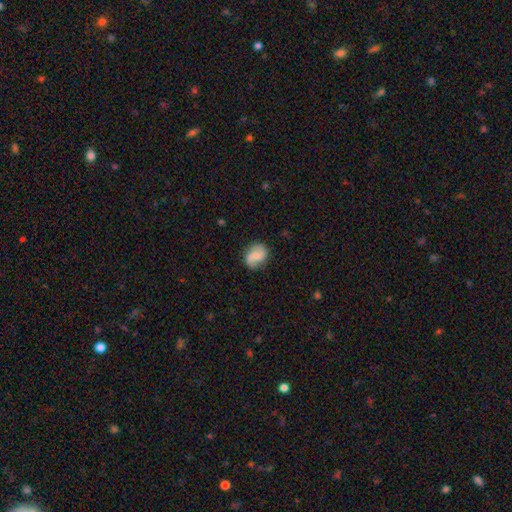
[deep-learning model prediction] Smooth or featured?
  - featured or disk: 68% *
  - smooth: 26%
  - star or artifact: 7%
Edge-on disk?
  - no: 98% *
  - yes: 2%
Bar?
  - no: 49% *
  - weak: 42%
  - strong: 9%
Spiral arms?
  - yes: 94% *
  - no: 6%
Spiral winding?
  - medium: 44% *
  - loose: 38%
  - tight: 18%
Spiral arm count?
  - 2: 90% *
  - can't tell: 4%
  - 1: 3%
  - 3: 1%
  - 4: 1%
  - more than 4: 1%
Bulge size?
  - small: 44% *
  - moderate: 33%
  - none: 19%
  - large: 3%
  - dominant: 1%
Merging?
  - none: 80% *
  - minor disturbance: 14%
  - major disturbance: 4%
  - merger: 1%